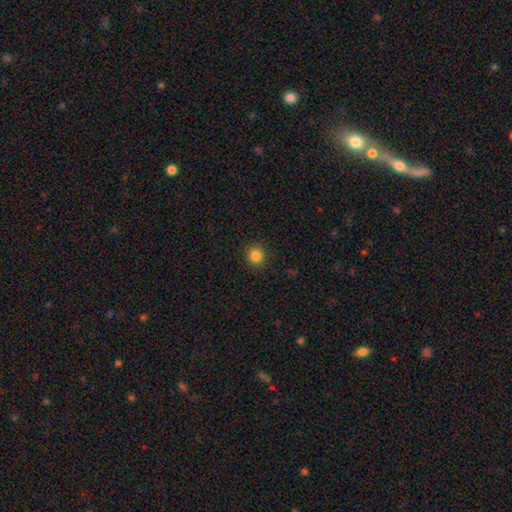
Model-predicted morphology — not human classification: smooth_or_featured: smooth (p=0.85) [alt: star or artifact p=0.11]
how_rounded: round (p=0.91) [alt: in between p=0.08]
merging: none (p=0.92) [alt: minor disturbance p=0.06]